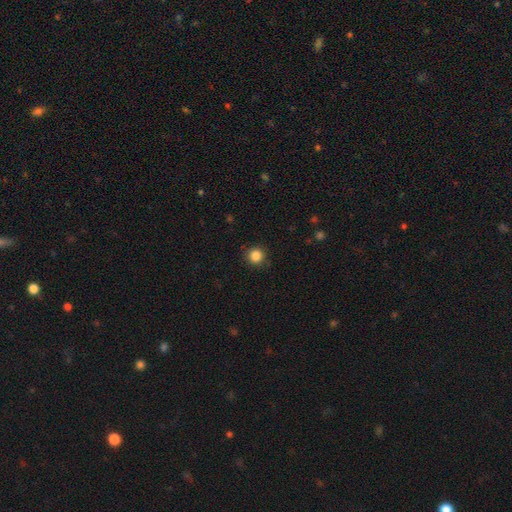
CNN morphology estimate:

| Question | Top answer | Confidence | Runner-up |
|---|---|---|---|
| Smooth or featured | smooth | 85% | star or artifact (11%) |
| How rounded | round | 94% | in between (5%) |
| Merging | none | 90% | minor disturbance (7%) |